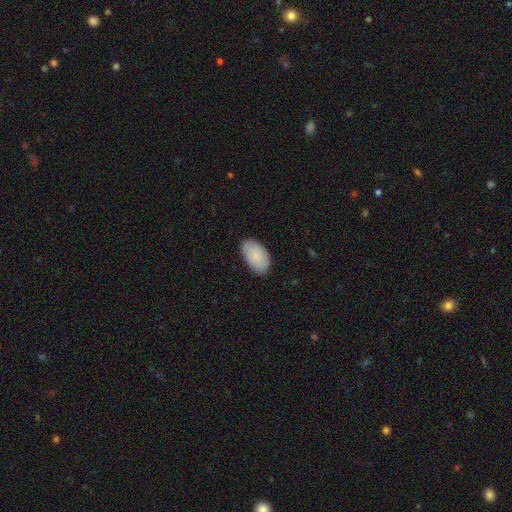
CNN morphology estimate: Smooth or featured: smooth — 86% (featured or disk — 8%)
How rounded: in between — 95% (round — 4%)
Merging: none — 83% (minor disturbance — 14%)